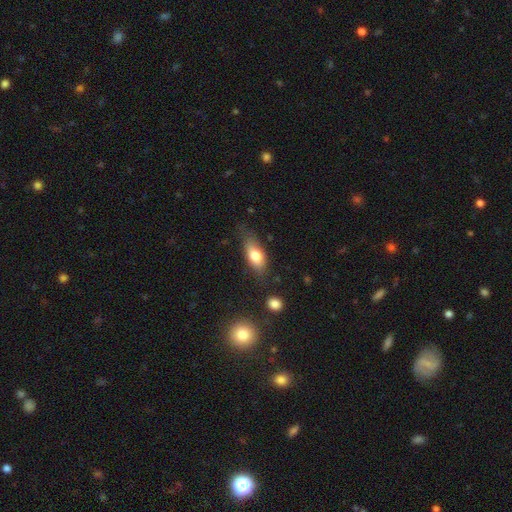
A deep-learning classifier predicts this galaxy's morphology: Smooth or featured? Predicted: smooth (p=0.75). How rounded? Predicted: in between (p=0.82). Merging? Predicted: none (p=0.68).